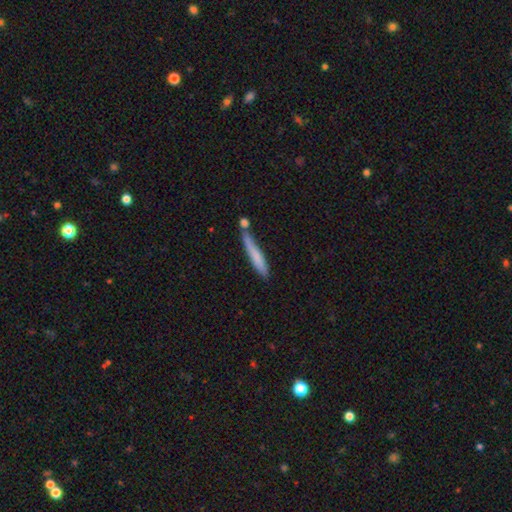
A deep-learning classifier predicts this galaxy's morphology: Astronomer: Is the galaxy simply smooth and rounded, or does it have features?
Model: smooth — 70%.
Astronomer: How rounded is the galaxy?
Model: cigar-shaped — 93%.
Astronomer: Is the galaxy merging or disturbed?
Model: none — 62%.